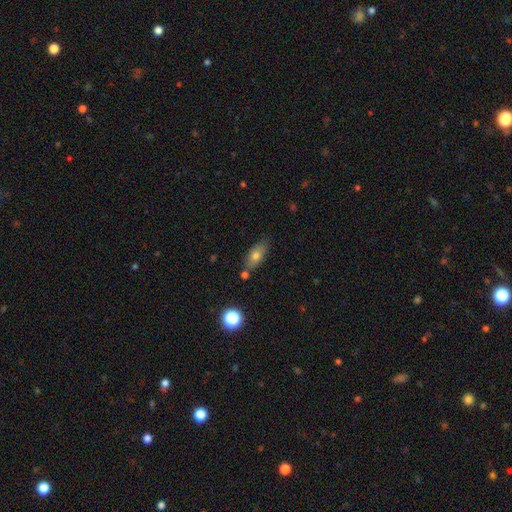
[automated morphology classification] The model was most divided on "smooth or featured": smooth: 70%, featured or disk: 21%, star or artifact: 9%. More confident: how rounded — in between (81%); merging — none (70%).